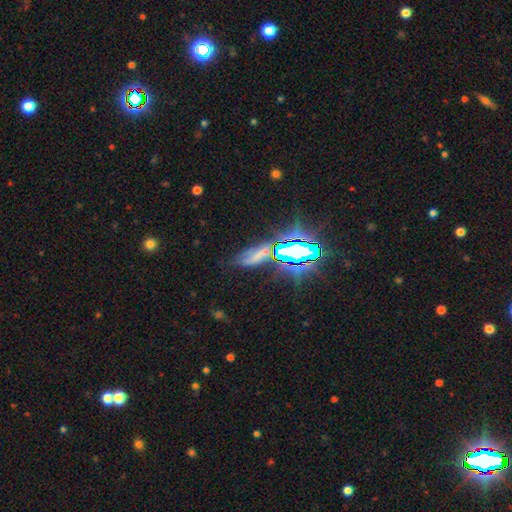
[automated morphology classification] The model was most divided on "smooth or featured": star or artifact: 40%, smooth: 39%, featured or disk: 21%.